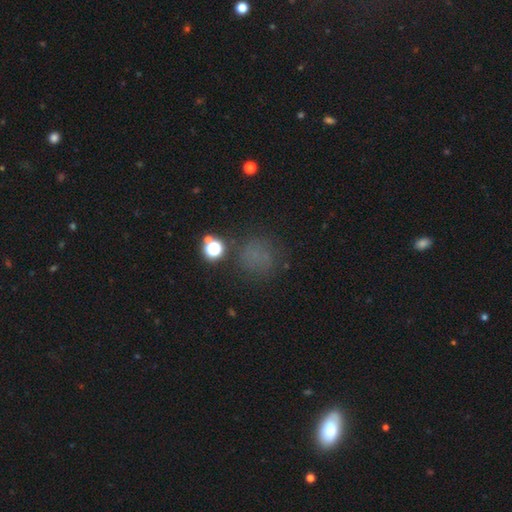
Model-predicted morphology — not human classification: The model was most divided on "smooth or featured": smooth: 58%, star or artifact: 34%, featured or disk: 9%. More confident: how rounded — round (88%); merging — none (74%).